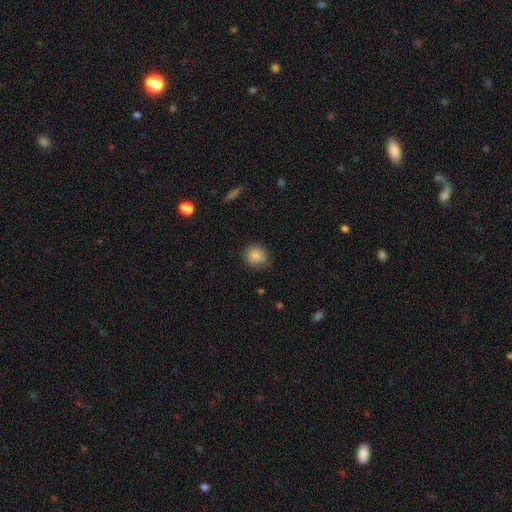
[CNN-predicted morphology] smooth_or_featured: smooth (p=0.86) [alt: star or artifact p=0.08]
how_rounded: round (p=0.79) [alt: in between p=0.20]
merging: none (p=0.75) [alt: minor disturbance p=0.19]